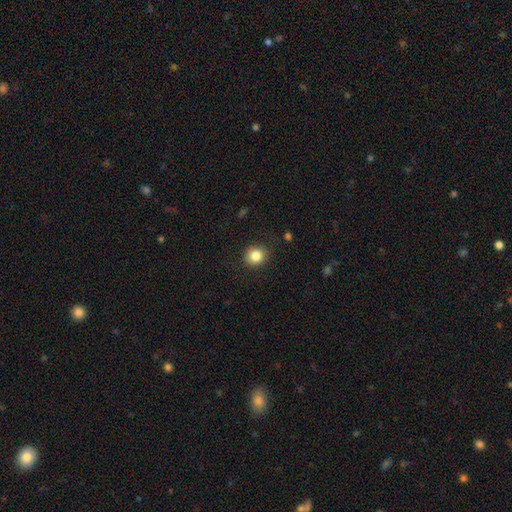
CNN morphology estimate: smooth 83%, star or artifact 11%, featured or disk 6%. Down the decision tree: how rounded — round (86%); merging — none (87%).